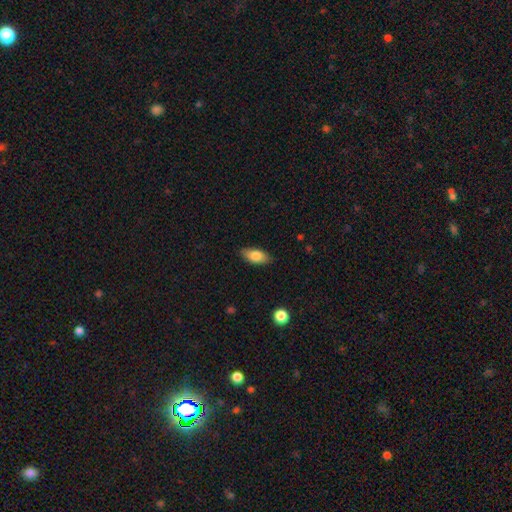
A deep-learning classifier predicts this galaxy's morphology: This appears to be a smooth galaxy with no disk features (81%) that is in between round and cigar-shaped (88%). Merging: none (86%).